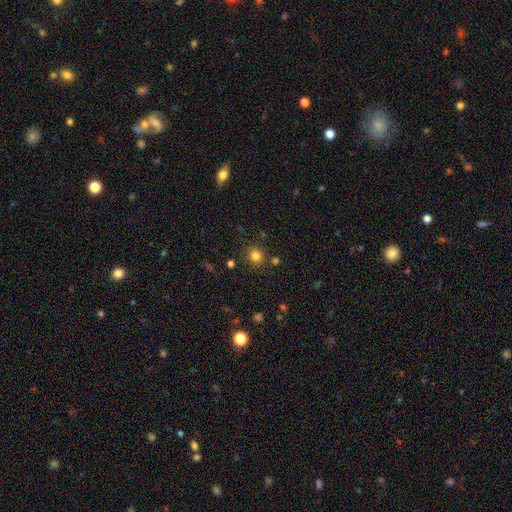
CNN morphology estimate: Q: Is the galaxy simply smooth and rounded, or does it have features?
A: smooth — 81%.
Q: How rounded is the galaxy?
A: round — 85%.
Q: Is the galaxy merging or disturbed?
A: none — 85%.